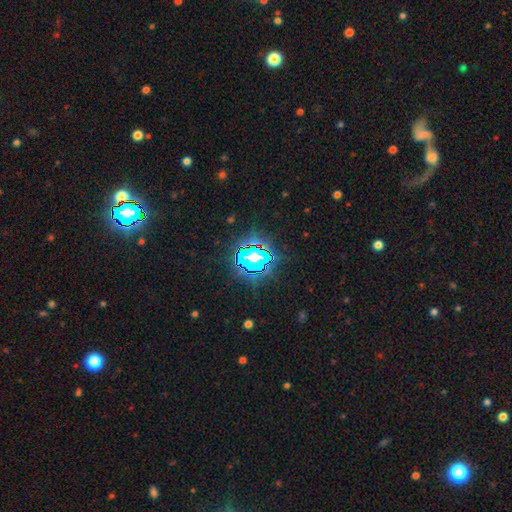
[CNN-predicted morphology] smooth-or-featured: star or artifact: 66% | smooth: 21% | featured or disk: 13%